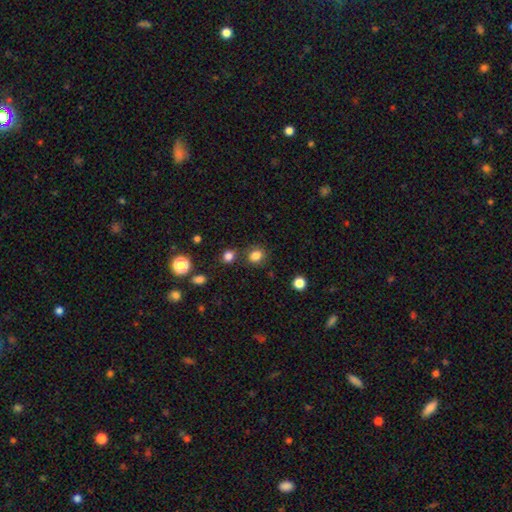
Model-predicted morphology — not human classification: The model was most divided on "how rounded": round: 68%, in between: 31%, cigar-shaped: 1%. More confident: smooth or featured — smooth (83%); merging — none (76%).